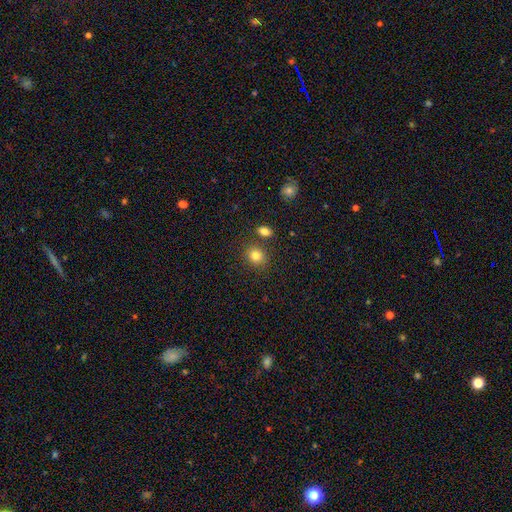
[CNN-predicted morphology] A smooth galaxy with no disk features (82%) that is round (70%). Merging: none (78%).